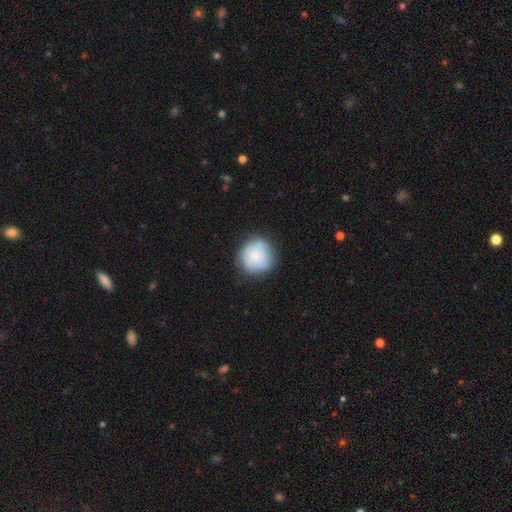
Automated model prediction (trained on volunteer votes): smooth-or-featured: smooth: 72% | featured or disk: 21% | star or artifact: 7%
  how-rounded: round: 91% | in between: 8% | cigar-shaped: 1%
  merging: none: 73% | minor disturbance: 19% | major disturbance: 6% | merger: 2%